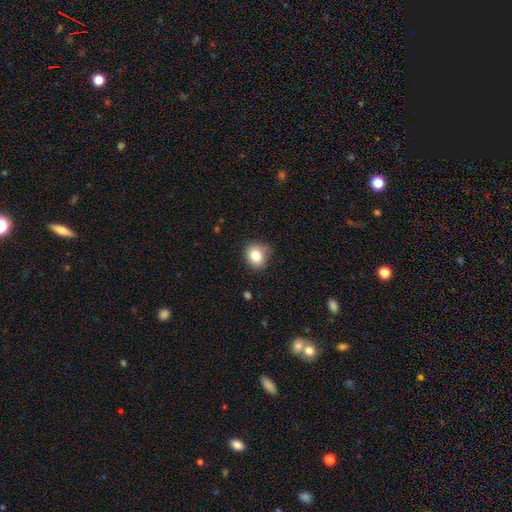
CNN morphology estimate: Q: Smooth or featured?
A: smooth (82%); runner-up: star or artifact (10%)
Q: How rounded?
A: round (63%); runner-up: in between (36%)
Q: Merging?
A: none (69%); runner-up: minor disturbance (24%)